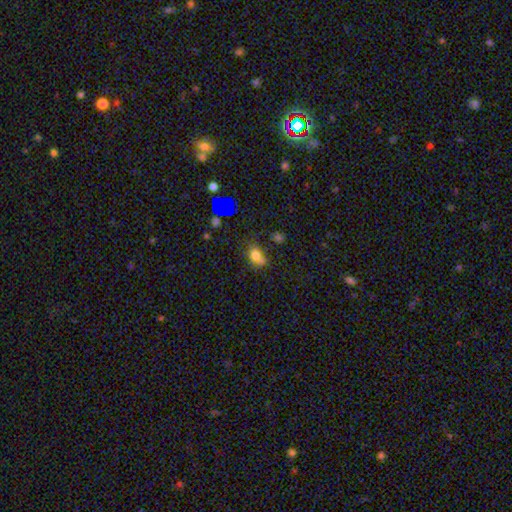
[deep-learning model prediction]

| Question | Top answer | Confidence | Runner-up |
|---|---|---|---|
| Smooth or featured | smooth | 69% | star or artifact (19%) |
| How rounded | in between | 62% | round (36%) |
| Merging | none | 51% | minor disturbance (25%) |